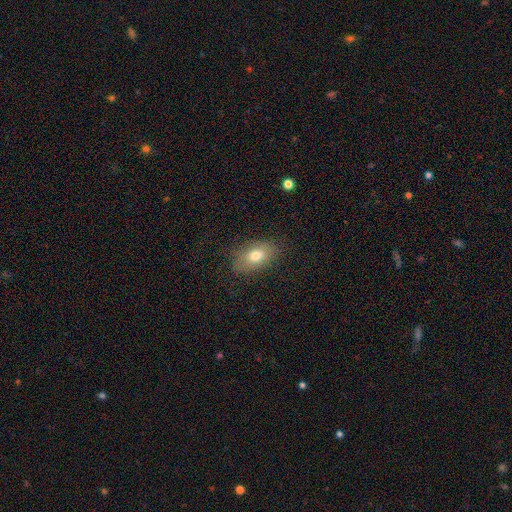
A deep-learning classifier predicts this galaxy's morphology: smooth-or-featured: smooth: 75% | featured or disk: 16% | star or artifact: 9%
  how-rounded: in between: 88% | round: 9% | cigar-shaped: 3%
  merging: none: 80% | minor disturbance: 14% | major disturbance: 4% | merger: 1%